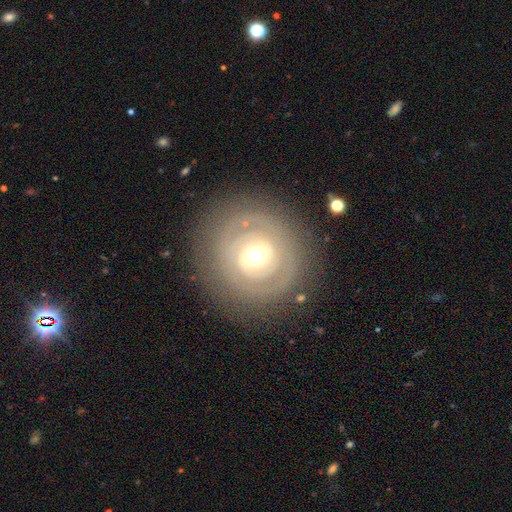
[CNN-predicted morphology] Q: Smooth or featured?
A: featured or disk (64%); runner-up: smooth (29%)
Q: Edge-on disk?
A: no (96%); runner-up: yes (4%)
Q: Bar?
A: no (77%); runner-up: weak (16%)
Q: Spiral arms?
A: no (54%); runner-up: yes (46%)
Q: Bulge size?
A: moderate (65%); runner-up: small (22%)
Q: Merging?
A: none (82%); runner-up: minor disturbance (11%)